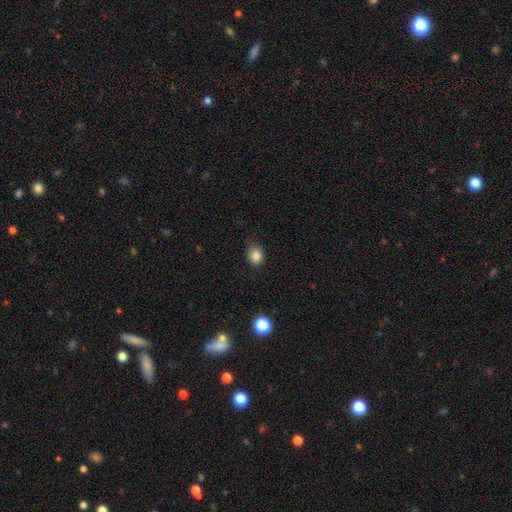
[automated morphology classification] Q: Smooth or featured?
A: smooth (84%); runner-up: star or artifact (11%)
Q: How rounded?
A: round (52%); runner-up: in between (48%)
Q: Merging?
A: none (72%); runner-up: minor disturbance (22%)